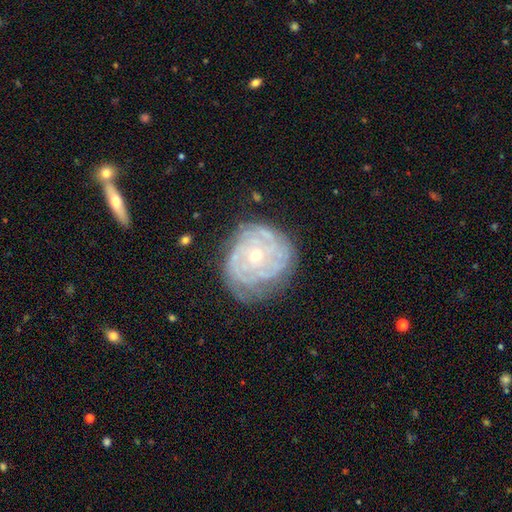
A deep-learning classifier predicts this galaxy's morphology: smooth_or_featured: featured or disk (p=0.81) [alt: smooth p=0.12]
disk_edge_on: no (p=0.97) [alt: yes p=0.03]
bar: no (p=0.82) [alt: weak p=0.14]
has_spiral_arms: yes (p=0.87) [alt: no p=0.13]
spiral_winding: tight (p=0.77) [alt: medium p=0.17]
spiral_arm_count: can't tell (p=0.49) [alt: 2 p=0.13]
bulge_size: small (p=0.59) [alt: moderate p=0.38]
merging: none (p=0.66) [alt: minor disturbance p=0.22]